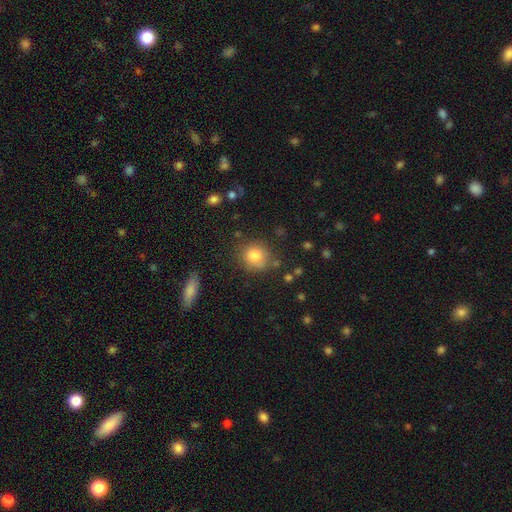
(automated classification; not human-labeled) Smooth or featured?
  - smooth: 81% *
  - star or artifact: 11%
  - featured or disk: 8%
How rounded?
  - round: 84% *
  - in between: 15%
  - cigar-shaped: 1%
Merging?
  - none: 76% *
  - minor disturbance: 15%
  - merger: 5%
  - major disturbance: 4%